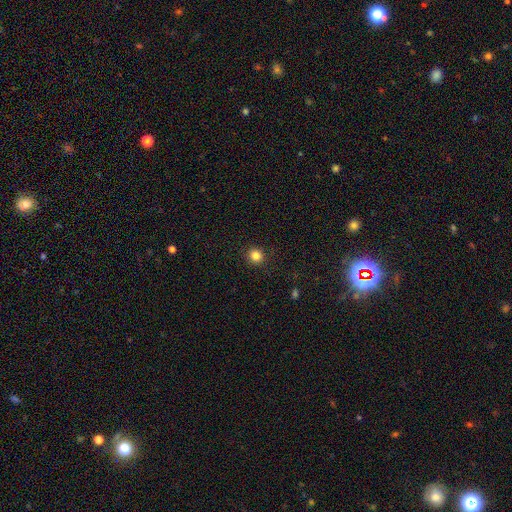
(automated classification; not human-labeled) smooth 83%, star or artifact 12%, featured or disk 4%. Down the decision tree: how rounded — round (93%); merging — none (92%).